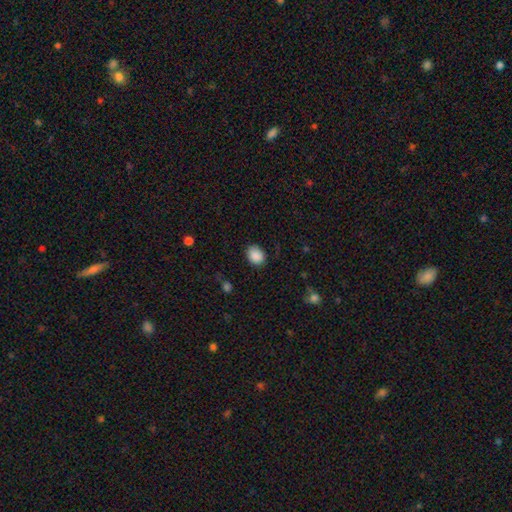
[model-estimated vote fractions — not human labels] Smooth or featured?
  - smooth: 89% *
  - star or artifact: 8%
  - featured or disk: 3%
How rounded?
  - in between: 54% *
  - round: 45%
  - cigar-shaped: 1%
Merging?
  - none: 82% *
  - minor disturbance: 14%
  - major disturbance: 3%
  - merger: 1%